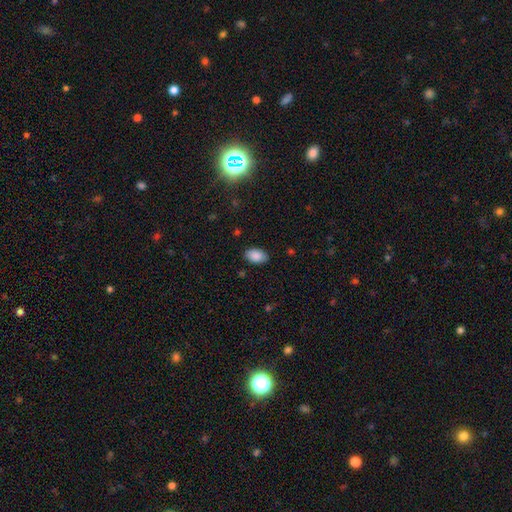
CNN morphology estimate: The model was most divided on "merging": none: 87%, minor disturbance: 10%, major disturbance: 2%, merger: 1%. More confident: how rounded — in between (92%); smooth or featured — smooth (89%).